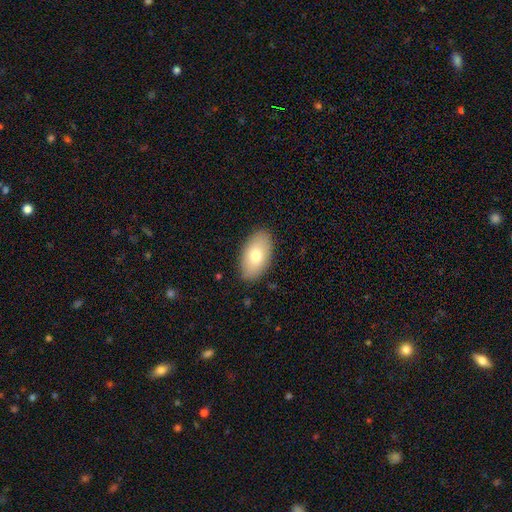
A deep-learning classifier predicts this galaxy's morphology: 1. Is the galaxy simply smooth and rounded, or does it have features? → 73% smooth, 20% featured or disk, 7% star or artifact.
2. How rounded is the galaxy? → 94% in between, 4% round, 2% cigar-shaped.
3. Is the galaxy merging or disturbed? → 87% none, 10% minor disturbance, 2% major disturbance, 1% merger.